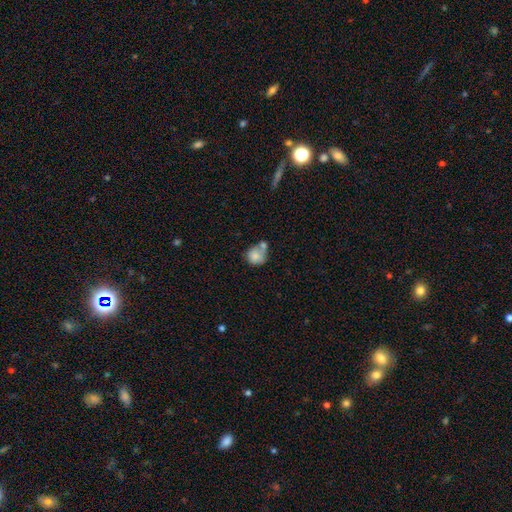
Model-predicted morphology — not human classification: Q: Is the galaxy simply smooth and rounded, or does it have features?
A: smooth — 78%.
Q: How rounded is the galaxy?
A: round — 75%.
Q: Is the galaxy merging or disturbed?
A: merger — 42%.